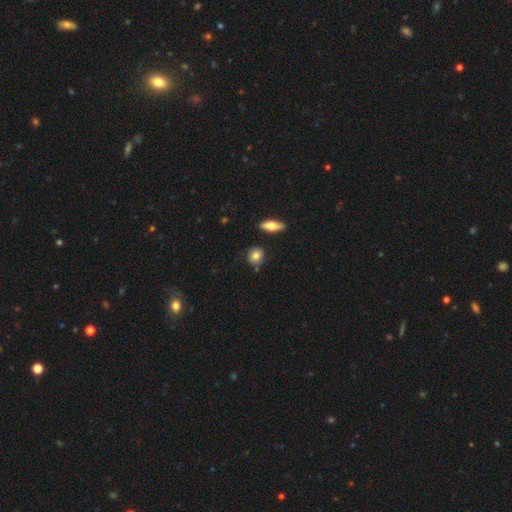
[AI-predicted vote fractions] Overall: smooth (82%). How rounded: round (67%; in between 30%). Merging: none (76%).